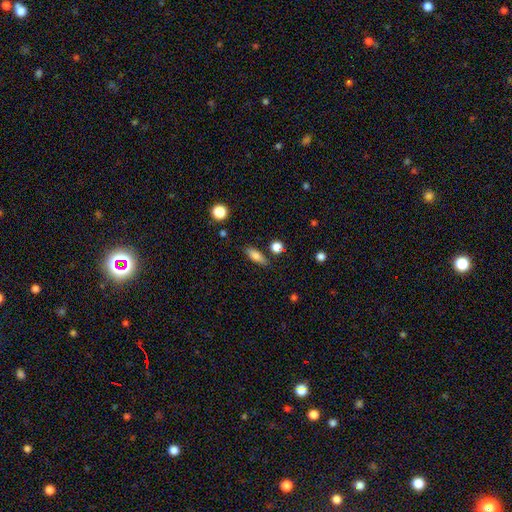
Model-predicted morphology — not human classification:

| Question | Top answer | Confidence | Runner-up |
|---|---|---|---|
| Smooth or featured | smooth | 79% | featured or disk (12%) |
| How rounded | in between | 67% | cigar-shaped (27%) |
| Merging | none | 82% | minor disturbance (12%) |